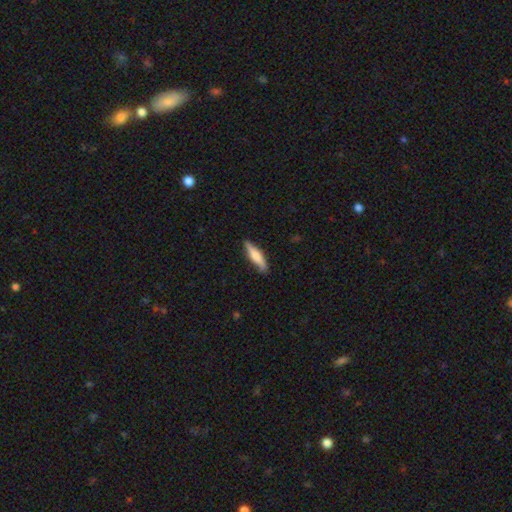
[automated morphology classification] This is possibly a smooth galaxy (60%). How rounded: likely cigar-shaped (78%). Merging: clearly none (84%).